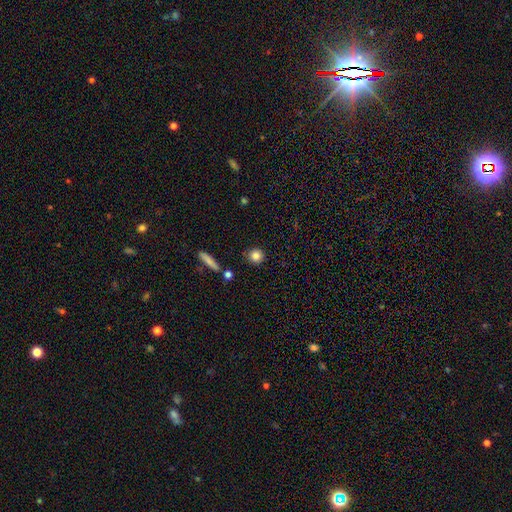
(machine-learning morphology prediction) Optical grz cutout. It shows a smooth galaxy with no disk features (84%) that is round (91%). Merging: none (88%).